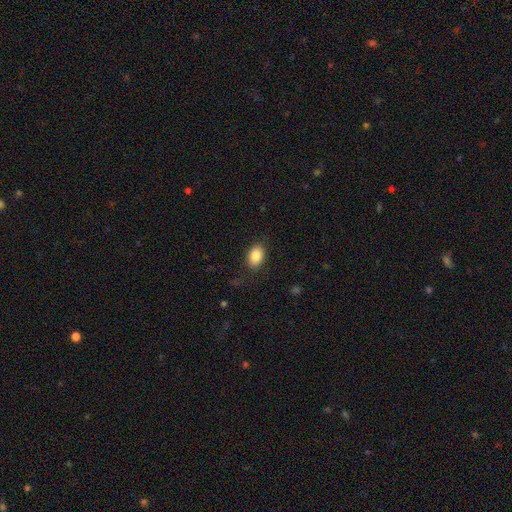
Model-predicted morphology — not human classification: type=smooth (86%); roundness=in between (85%); merging=none (85%).